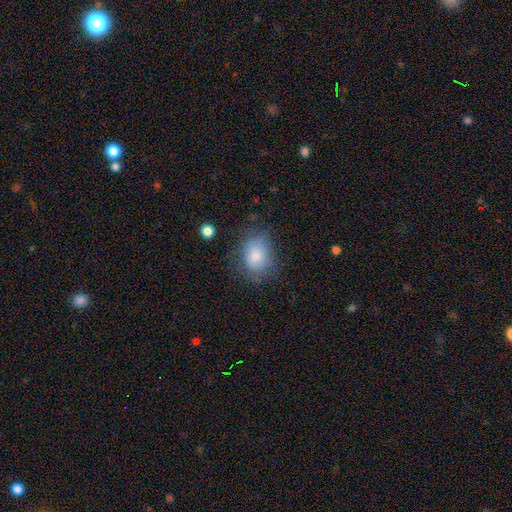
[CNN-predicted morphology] A smooth galaxy with no disk features (79%) that is in between round and cigar-shaped (66%). Merging: none (65%).